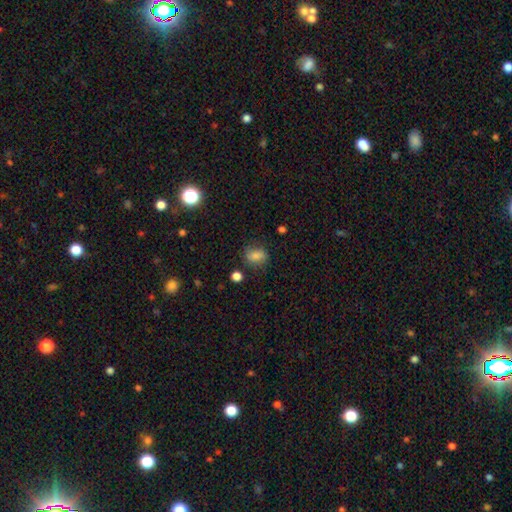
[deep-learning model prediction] smooth_or_featured: smooth (p=0.78) [alt: star or artifact p=0.12]
how_rounded: in between (p=0.59) [alt: round p=0.39]
merging: none (p=0.75) [alt: minor disturbance p=0.17]